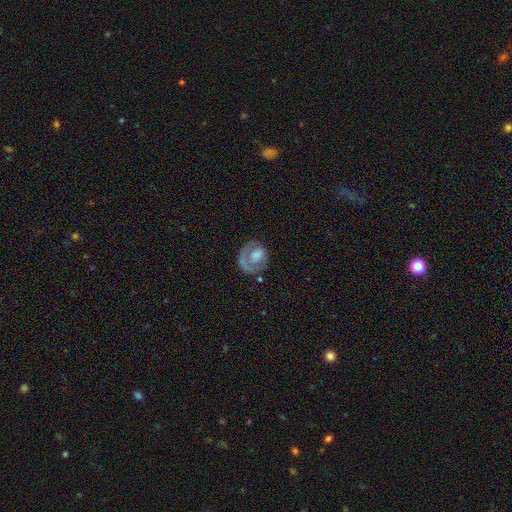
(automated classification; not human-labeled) Morphology: type=smooth (47%); merging=none (51%).